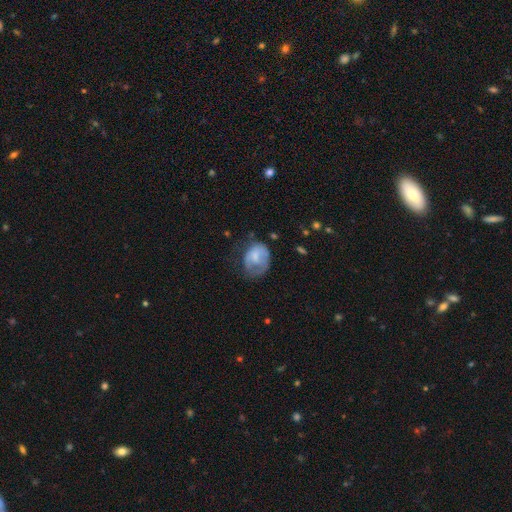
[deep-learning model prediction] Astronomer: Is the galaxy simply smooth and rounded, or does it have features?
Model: smooth — 56% (runner-up: featured or disk, 36%).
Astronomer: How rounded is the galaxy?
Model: in between — 57% (runner-up: round, 42%).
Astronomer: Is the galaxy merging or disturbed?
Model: none — 35% (runner-up: major disturbance, 32%).